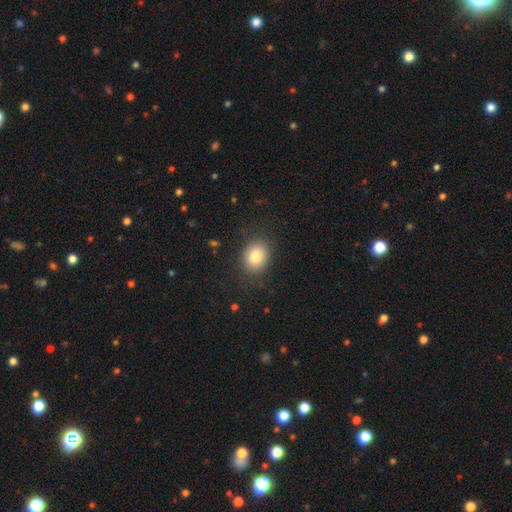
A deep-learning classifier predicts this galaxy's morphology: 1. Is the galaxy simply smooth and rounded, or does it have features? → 83% smooth, 9% star or artifact, 8% featured or disk.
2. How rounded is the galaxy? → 50% in between (tied), 50% round (tied), 1% cigar-shaped.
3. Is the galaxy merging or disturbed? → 83% none, 11% minor disturbance, 4% major disturbance, 1% merger.